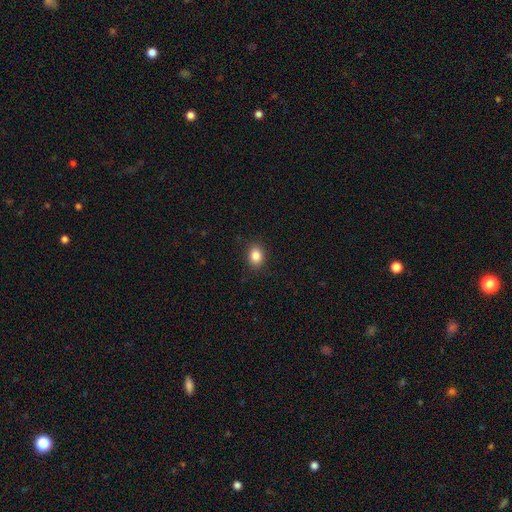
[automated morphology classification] smooth 85%, star or artifact 10%, featured or disk 5%. Down the decision tree: how rounded — in between (58%); merging — none (88%).